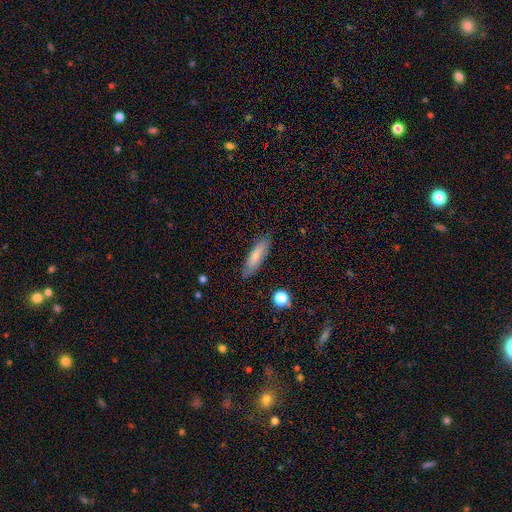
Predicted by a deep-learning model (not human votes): A smooth galaxy with no disk features (75%) that is cigar-shaped (64%).

Vote fractions:
- Smooth or featured? smooth: 75% / featured or disk: 18% / star or artifact: 7%
- How rounded? cigar-shaped: 64% / in between: 34% / round: 2%
- Merging? none: 84% / minor disturbance: 13% / major disturbance: 2% / merger: 1%